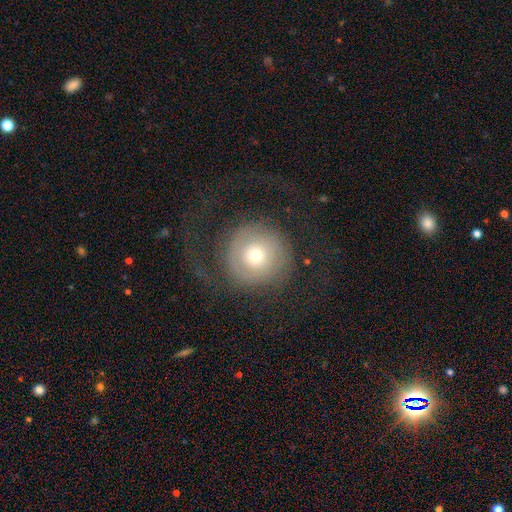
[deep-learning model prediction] smooth_or_featured: featured or disk (p=0.49) [alt: smooth p=0.41]
merging: none (p=0.55) [alt: major disturbance p=0.29]